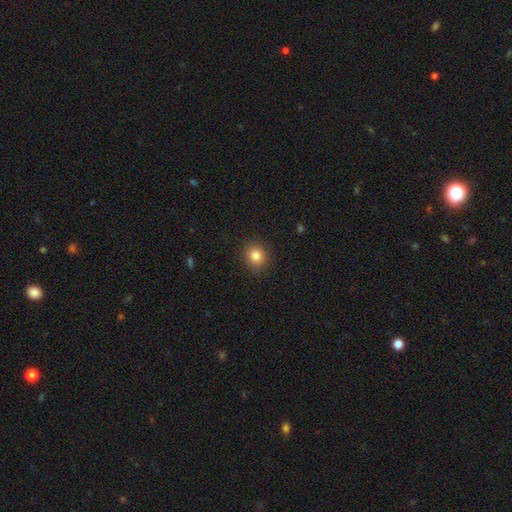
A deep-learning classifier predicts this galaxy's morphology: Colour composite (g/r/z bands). It shows a smooth galaxy with no disk features (83%) that is round (81%). Merging: none (88%).